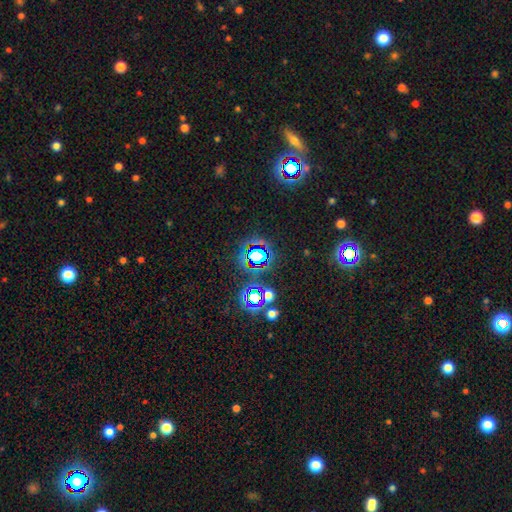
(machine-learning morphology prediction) The model was most divided on "smooth or featured": star or artifact: 70%, smooth: 19%, featured or disk: 11%.